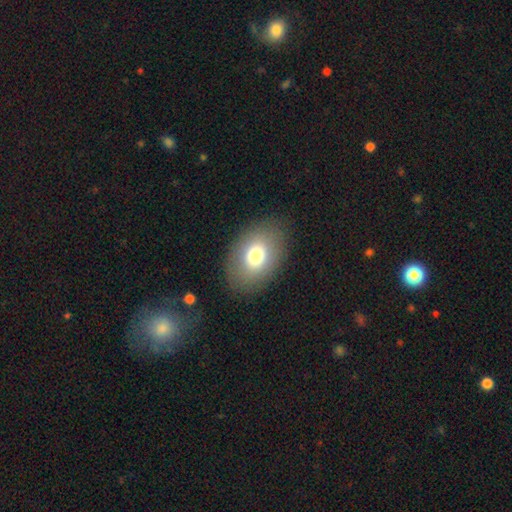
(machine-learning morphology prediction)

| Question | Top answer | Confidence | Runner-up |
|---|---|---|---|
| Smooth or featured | smooth | 75% | featured or disk (16%) |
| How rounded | in between | 80% | round (19%) |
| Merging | none | 85% | minor disturbance (10%) |